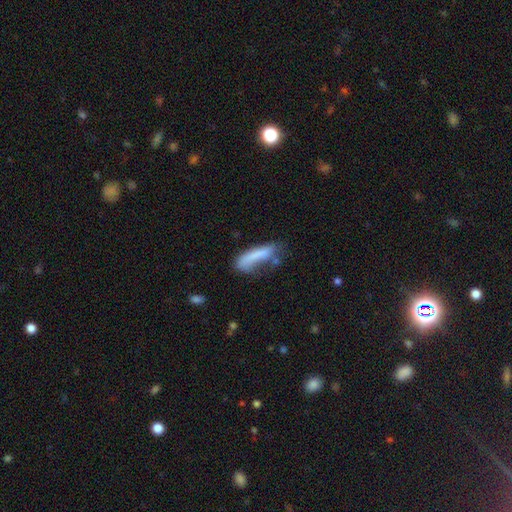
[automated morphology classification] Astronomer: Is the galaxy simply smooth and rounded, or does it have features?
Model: smooth — 72%.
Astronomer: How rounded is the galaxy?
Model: cigar-shaped — 69%.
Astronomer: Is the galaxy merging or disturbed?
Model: none — 41% (runner-up: minor disturbance, 28%).